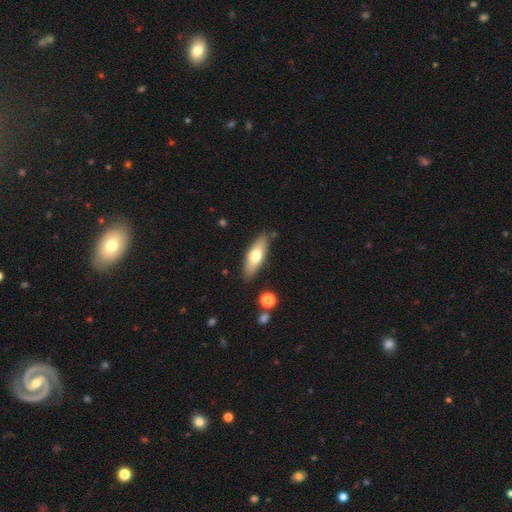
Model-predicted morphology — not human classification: type=smooth (65%); roundness=in between (59%); merging=none (84%).